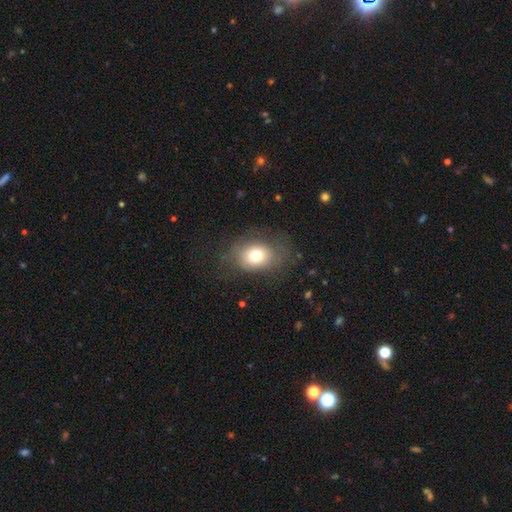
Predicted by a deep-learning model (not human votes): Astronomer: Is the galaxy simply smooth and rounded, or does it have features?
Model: smooth — 72%.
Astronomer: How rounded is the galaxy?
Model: in between — 58% (runner-up: round, 41%).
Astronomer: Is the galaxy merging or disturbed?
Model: none — 67%.